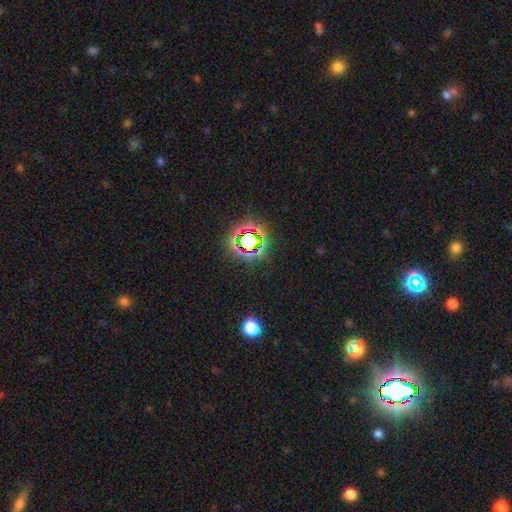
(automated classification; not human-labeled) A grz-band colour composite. It shows a star or artifact, not a galaxy (78%).